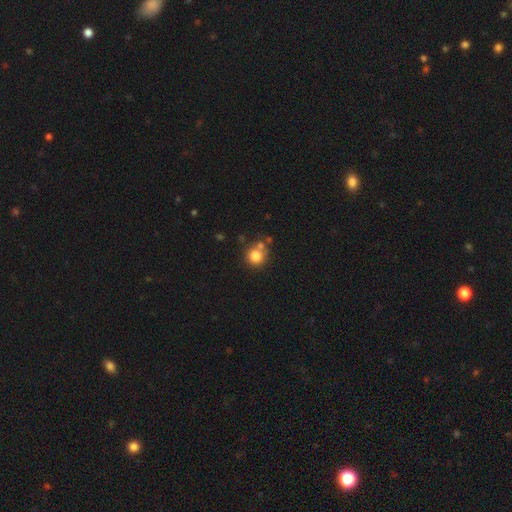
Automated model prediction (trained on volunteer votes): smooth-or-featured: smooth: 80% | star or artifact: 11% | featured or disk: 9%
  how-rounded: round: 90% | in between: 9% | cigar-shaped: 1%
  merging: none: 62% | merger: 22% | minor disturbance: 12% | major disturbance: 4%